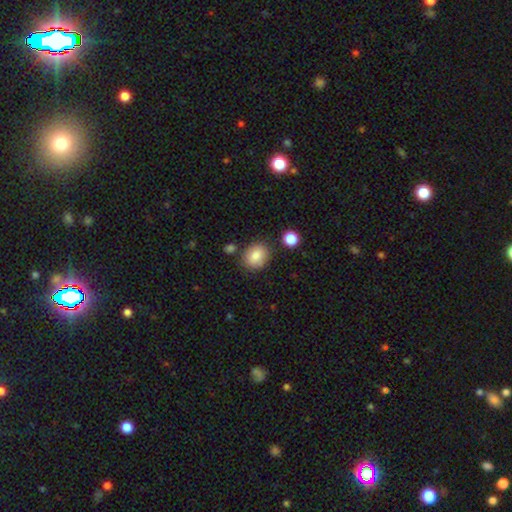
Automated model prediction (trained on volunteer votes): A smooth galaxy with no disk features (85%) that is round (59%). Merging: none (79%).